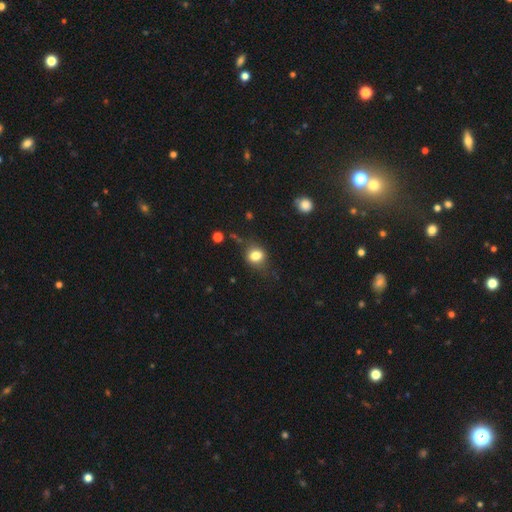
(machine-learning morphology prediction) Overall: smooth (76%). How rounded: round (53%; in between 45%). Merging: none (68%).